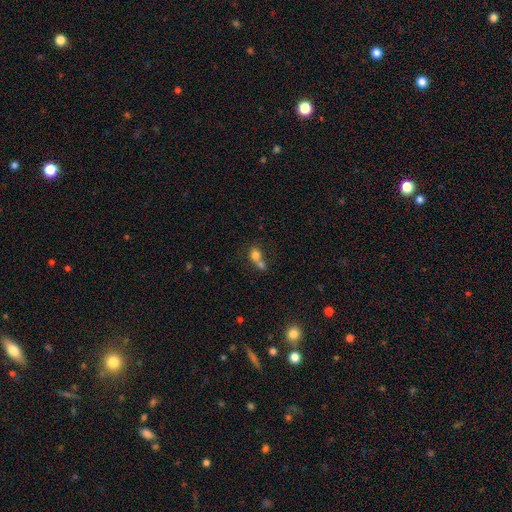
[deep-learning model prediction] smooth-or-featured: smooth: 74% | featured or disk: 15% | star or artifact: 11%
  how-rounded: in between: 49% | round: 48% | cigar-shaped: 3%
  merging: merger: 64% | none: 22% | minor disturbance: 8% | major disturbance: 6%